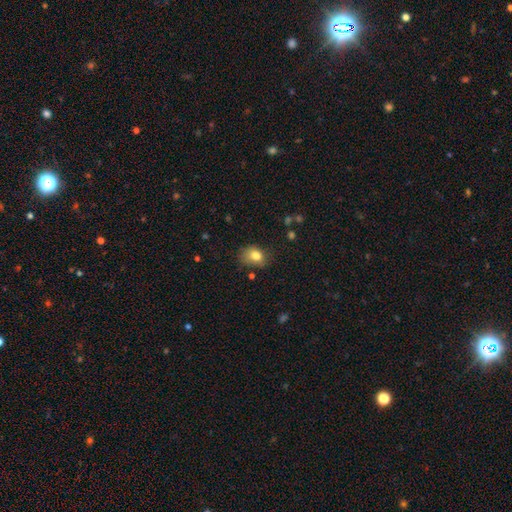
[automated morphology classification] This appears to be a smooth galaxy with no disk features (80%) that is in between round and cigar-shaped (58%). Merging: none (61%).